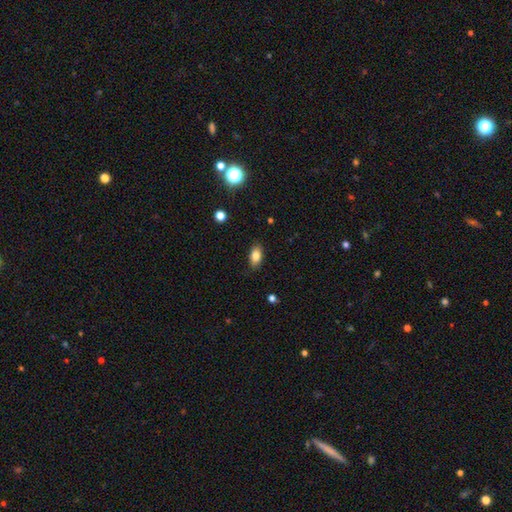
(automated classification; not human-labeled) Smooth or featured? smooth (82%)
How rounded? in between (90%)
Merging? none (86%)